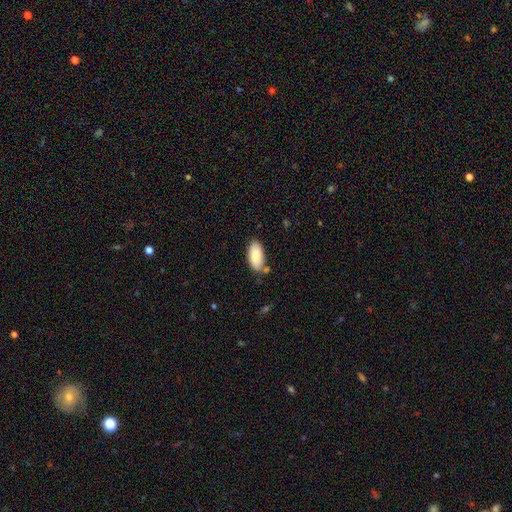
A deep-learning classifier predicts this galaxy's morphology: A smooth galaxy with no disk features (83%) that is in between round and cigar-shaped (93%). Merging: none (74%).